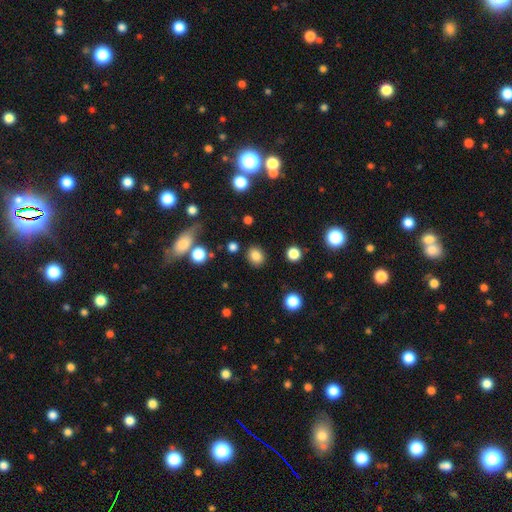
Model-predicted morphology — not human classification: Smooth or featured: smooth — 83% (star or artifact — 11%)
How rounded: round — 60% (in between — 39%)
Merging: none — 85% (minor disturbance — 9%)